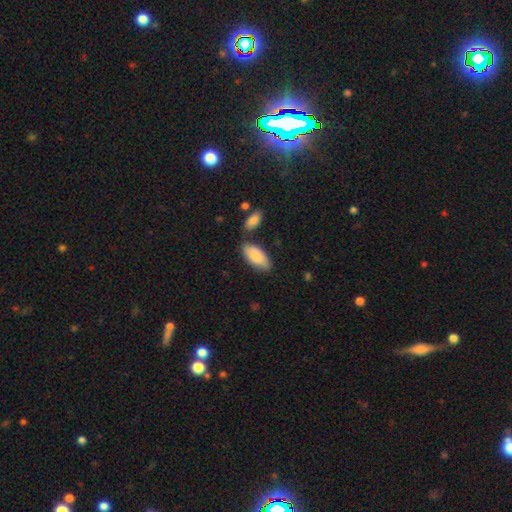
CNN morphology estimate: smooth_or_featured: smooth (p=0.84) [alt: featured or disk p=0.11]
how_rounded: in between (p=0.90) [alt: cigar-shaped p=0.08]
merging: none (p=0.70) [alt: minor disturbance p=0.17]